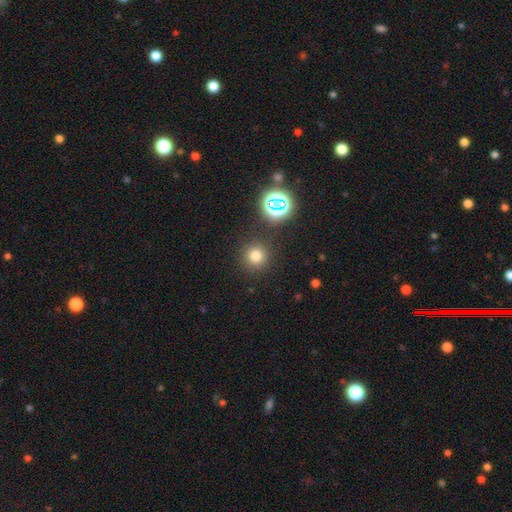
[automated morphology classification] A smooth galaxy with no disk features (73%) that is round (94%).

Vote fractions:
- Smooth or featured? smooth: 73% / star or artifact: 20% / featured or disk: 6%
- How rounded? round: 94% / in between: 6% / cigar-shaped: 1%
- Merging? none: 87% / minor disturbance: 6% / merger: 3% / major disturbance: 3%